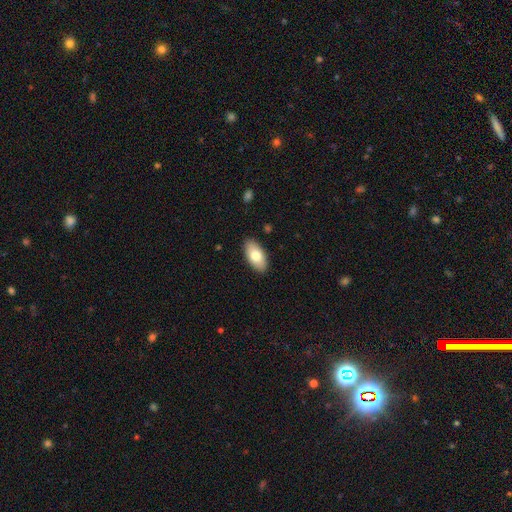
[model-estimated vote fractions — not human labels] The model was most divided on "smooth or featured": smooth: 76%, featured or disk: 18%, star or artifact: 6%. More confident: how rounded — in between (94%); merging — none (89%).